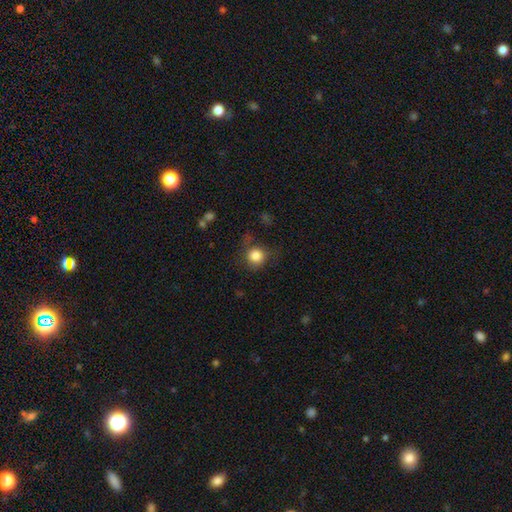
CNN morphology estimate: A smooth galaxy with no disk features (84%) that is round (91%).

Vote fractions:
- Smooth or featured? smooth: 84% / star or artifact: 10% / featured or disk: 6%
- How rounded? round: 91% / in between: 8% / cigar-shaped: 1%
- Merging? none: 73% / minor disturbance: 17% / major disturbance: 8% / merger: 2%